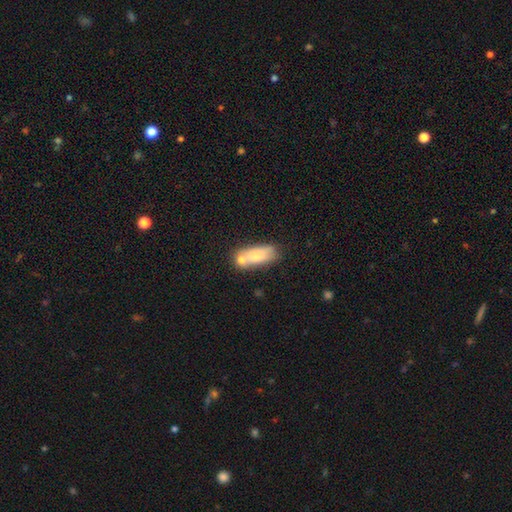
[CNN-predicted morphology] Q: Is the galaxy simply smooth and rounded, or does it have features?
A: smooth — 70%.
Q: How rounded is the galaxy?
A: in between — 73%.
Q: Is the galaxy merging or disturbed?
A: none — 42%.